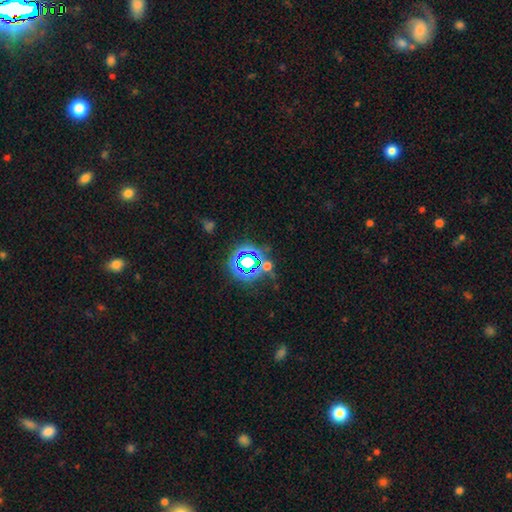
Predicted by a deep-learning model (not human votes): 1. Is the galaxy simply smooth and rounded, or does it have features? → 68% star or artifact, 24% smooth, 8% featured or disk.